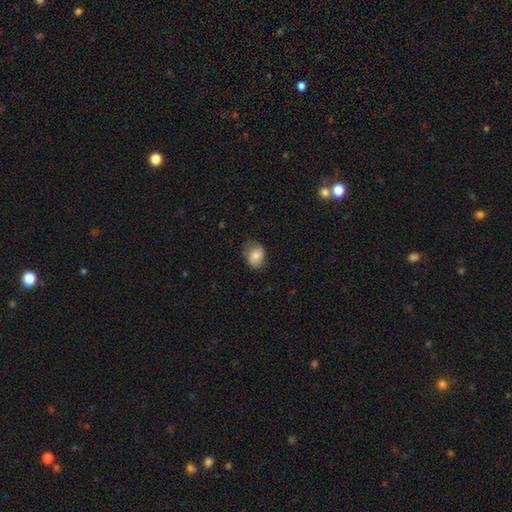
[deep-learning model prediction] Q: Smooth or featured?
A: smooth (76%); runner-up: featured or disk (16%)
Q: How rounded?
A: in between (61%); runner-up: round (38%)
Q: Merging?
A: none (62%); runner-up: minor disturbance (28%)